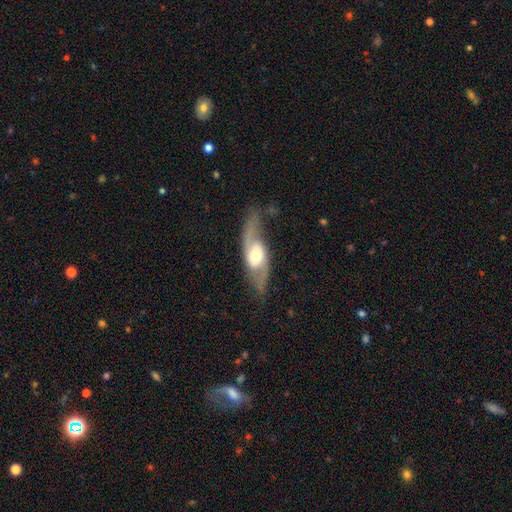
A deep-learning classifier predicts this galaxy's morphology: Q: Smooth or featured?
A: featured or disk (77%); runner-up: smooth (18%)
Q: Edge-on disk?
A: no (88%); runner-up: yes (12%)
Q: Bar?
A: no (53%); runner-up: weak (34%)
Q: Spiral arms?
A: yes (89%); runner-up: no (11%)
Q: Spiral winding?
A: loose (50%); runner-up: medium (38%)
Q: Spiral arm count?
A: 2 (87%); runner-up: can't tell (5%)
Q: Bulge size?
A: moderate (63%); runner-up: small (17%)
Q: Merging?
A: none (70%); runner-up: minor disturbance (18%)